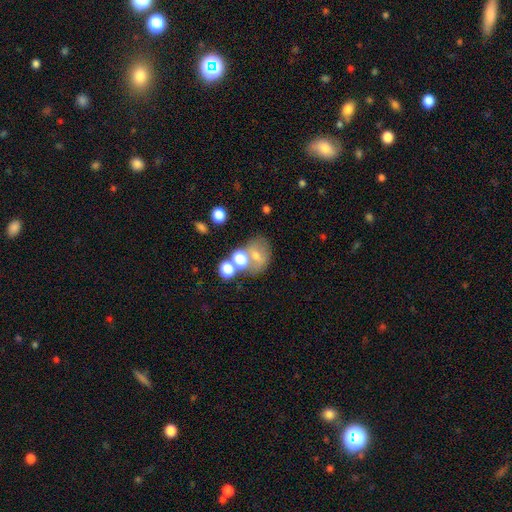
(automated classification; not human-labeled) A smooth galaxy with no disk features (53%) that is in between round and cigar-shaped (51%). Merging: none (46%).